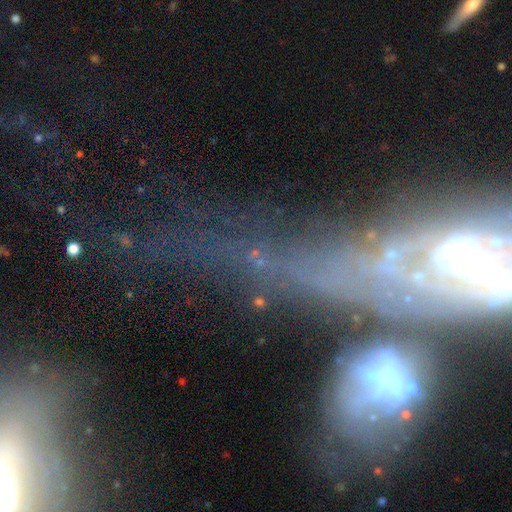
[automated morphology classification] This appears to be a featured or disk galaxy (61%). Merging: merger (36%).